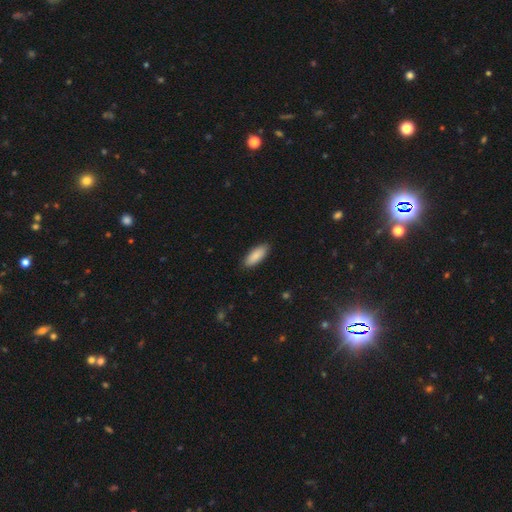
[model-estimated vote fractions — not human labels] This is clearly a smooth galaxy (88%). How rounded: likely in between (73%). Merging: clearly none (89%).